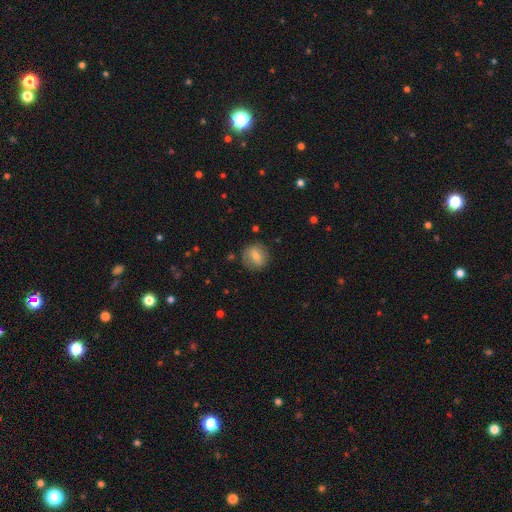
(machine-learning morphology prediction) This appears to be a smooth galaxy with no disk features (68%) that is round (73%). Merging: none (80%).